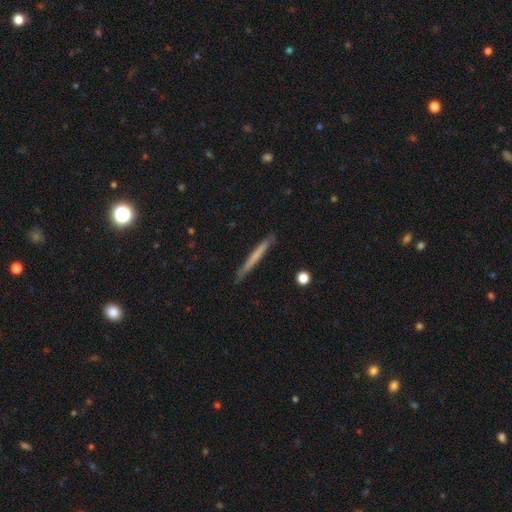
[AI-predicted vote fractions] Smooth or featured? Predicted: smooth (p=0.55). How rounded? Predicted: cigar-shaped (p=0.97). Merging? Predicted: none (p=0.86).